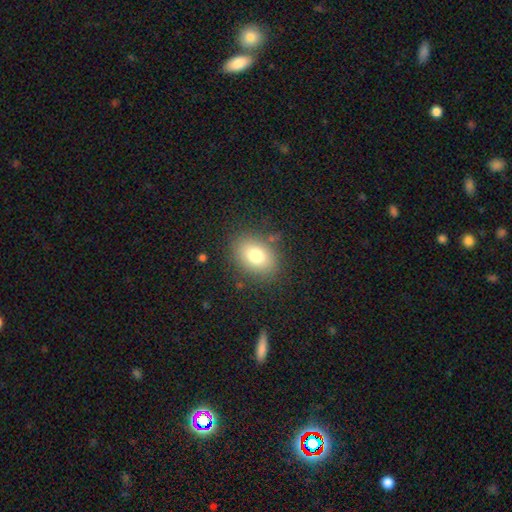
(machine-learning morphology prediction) Smooth or featured? Predicted: smooth (p=0.78). How rounded? Predicted: in between (p=0.70). Merging? Predicted: none (p=0.83).